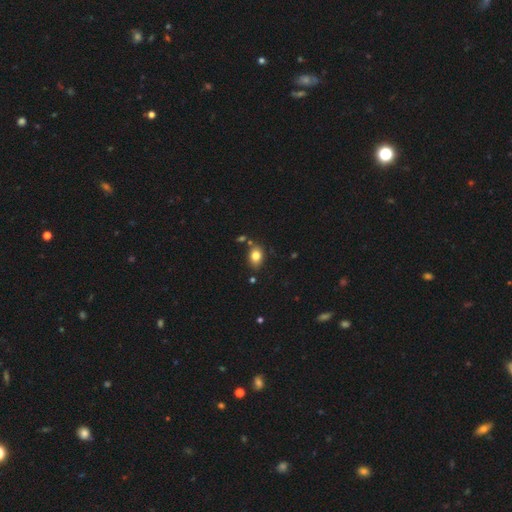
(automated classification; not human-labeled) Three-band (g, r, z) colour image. It shows a smooth galaxy with no disk features (81%) that is in between round and cigar-shaped (68%). Merging: none (75%).